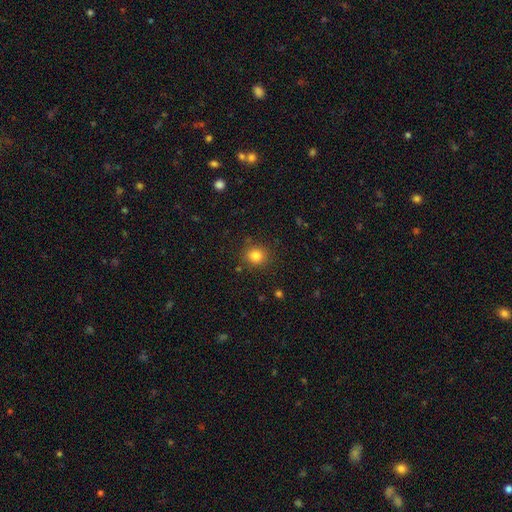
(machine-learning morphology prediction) smooth_or_featured: smooth (p=0.82) [alt: star or artifact p=0.12]
how_rounded: round (p=0.82) [alt: in between p=0.17]
merging: none (p=0.86) [alt: minor disturbance p=0.09]